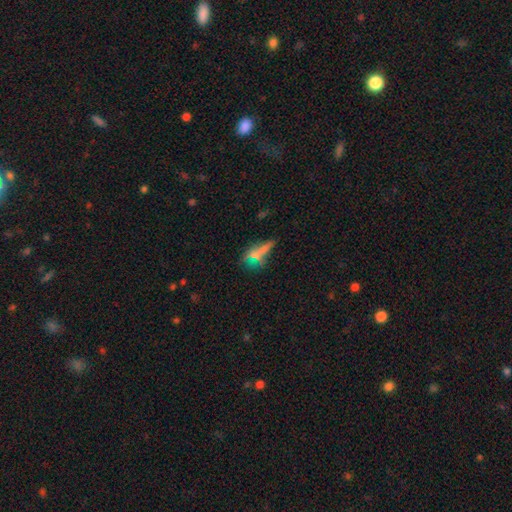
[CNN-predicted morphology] type=smooth (56%); roundness=in between (49%); merging=none (65%).